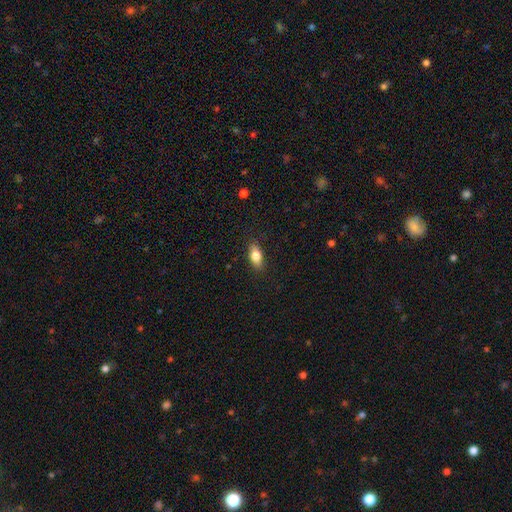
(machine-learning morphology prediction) type=smooth (80%); roundness=in between (84%); merging=none (85%).